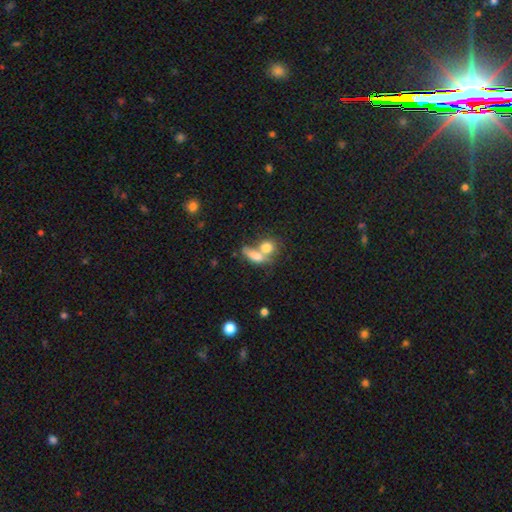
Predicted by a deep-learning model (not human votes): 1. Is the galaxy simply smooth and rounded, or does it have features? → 73% smooth, 18% featured or disk, 9% star or artifact.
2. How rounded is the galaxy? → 58% in between, 22% round, 20% cigar-shaped.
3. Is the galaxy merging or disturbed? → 59% merger, 26% none, 9% minor disturbance, 7% major disturbance.